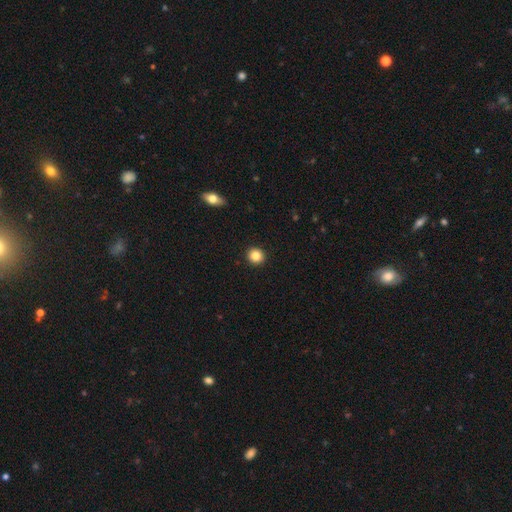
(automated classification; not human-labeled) Smooth or featured: smooth — 85% (star or artifact — 10%)
How rounded: round — 92% (in between — 7%)
Merging: none — 93% (minor disturbance — 4%)